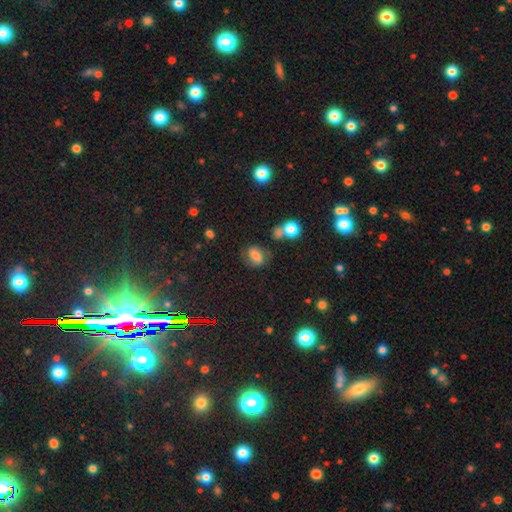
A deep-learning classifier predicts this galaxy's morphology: A smooth galaxy with no disk features (52%) that is in between round and cigar-shaped (57%).

Vote fractions:
- Smooth or featured? smooth: 52% / featured or disk: 31% / star or artifact: 17%
- How rounded? in between: 57% / round: 41% / cigar-shaped: 2%
- Merging? none: 63% / minor disturbance: 19% / major disturbance: 10% / merger: 8%